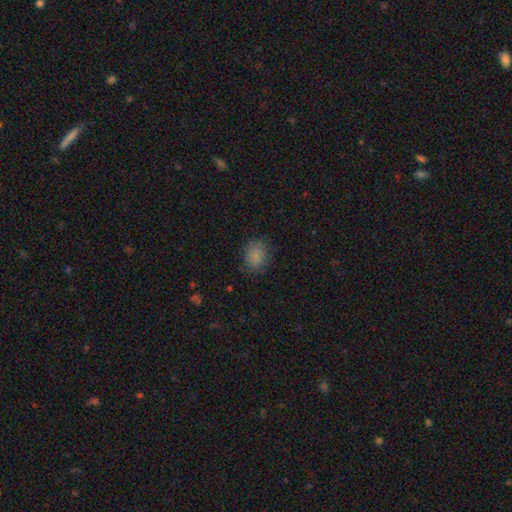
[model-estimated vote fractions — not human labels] Smooth or featured?
  - smooth: 84% *
  - star or artifact: 10%
  - featured or disk: 6%
How rounded?
  - in between: 51% *
  - round: 48%
  - cigar-shaped: 1%
Merging?
  - none: 81% *
  - minor disturbance: 14%
  - major disturbance: 4%
  - merger: 1%